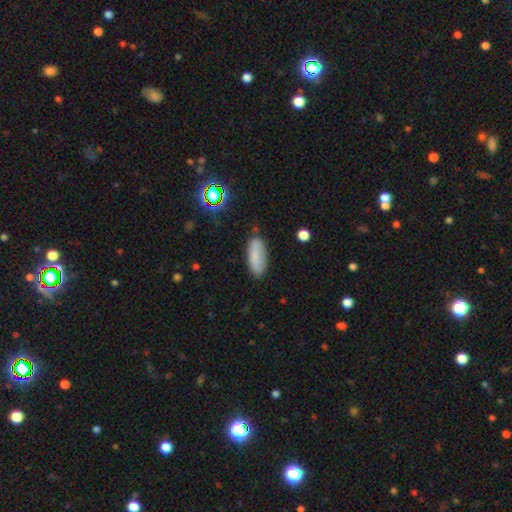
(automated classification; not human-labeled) Smooth or featured?
  - smooth: 78% *
  - featured or disk: 13%
  - star or artifact: 9%
How rounded?
  - in between: 78% *
  - cigar-shaped: 20%
  - round: 2%
Merging?
  - none: 78% *
  - minor disturbance: 16%
  - major disturbance: 4%
  - merger: 2%